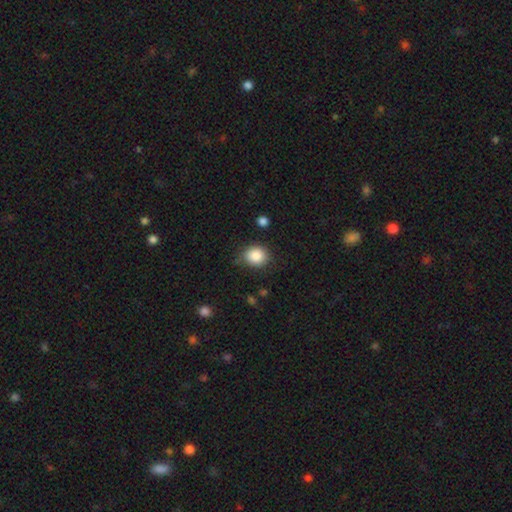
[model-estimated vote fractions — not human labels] Q: Smooth or featured?
A: smooth (86%); runner-up: star or artifact (9%)
Q: How rounded?
A: round (74%); runner-up: in between (25%)
Q: Merging?
A: none (76%); runner-up: minor disturbance (17%)